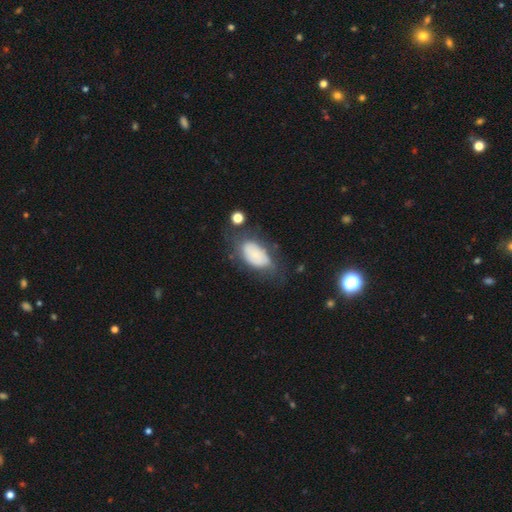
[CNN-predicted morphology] smooth 64%, featured or disk 28%, star or artifact 8%. Down the decision tree: how rounded — in between (92%); merging — none (45%).